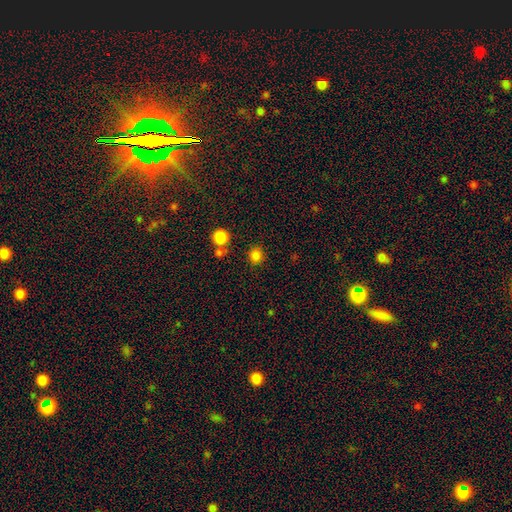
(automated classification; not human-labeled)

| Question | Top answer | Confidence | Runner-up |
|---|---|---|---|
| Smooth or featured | smooth | 83% | star or artifact (13%) |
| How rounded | round | 86% | in between (13%) |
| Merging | none | 84% | minor disturbance (7%) |